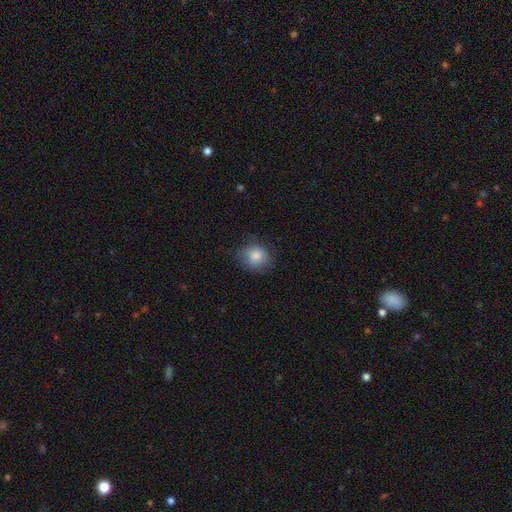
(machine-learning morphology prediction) Smooth or featured: smooth — 82% (featured or disk — 9%)
How rounded: round — 71% (in between — 28%)
Merging: none — 69% (minor disturbance — 23%)